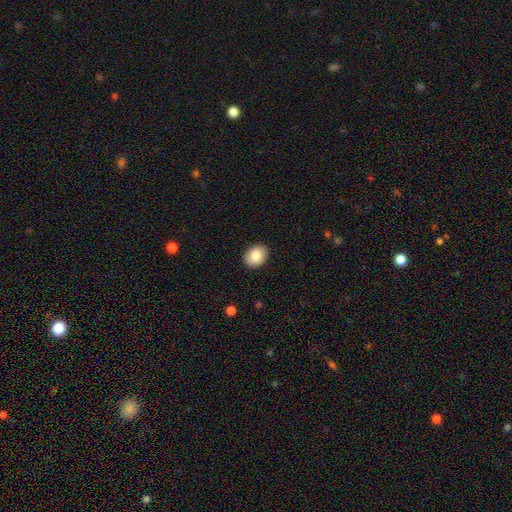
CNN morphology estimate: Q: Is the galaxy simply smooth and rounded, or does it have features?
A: smooth — 85%.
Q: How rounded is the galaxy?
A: in between — 67%.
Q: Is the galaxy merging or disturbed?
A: none — 90%.